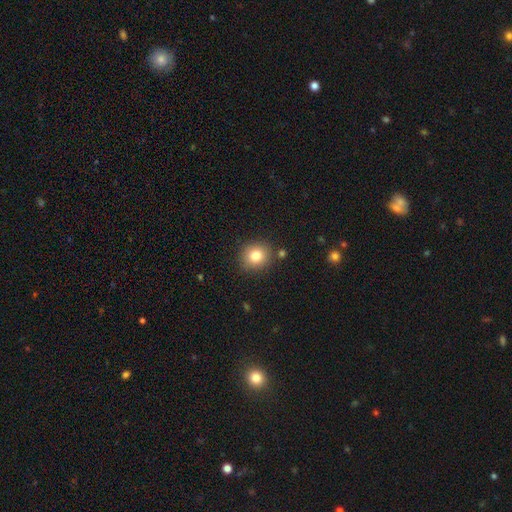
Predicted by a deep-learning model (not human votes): This appears to be a smooth galaxy with no disk features (81%) that is round (83%). Merging: none (85%).